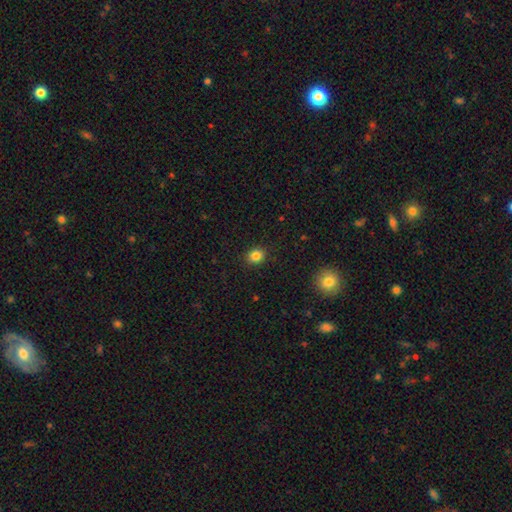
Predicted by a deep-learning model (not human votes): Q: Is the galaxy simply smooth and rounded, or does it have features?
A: smooth — 83%.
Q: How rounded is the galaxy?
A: round — 65%.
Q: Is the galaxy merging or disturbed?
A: none — 89%.